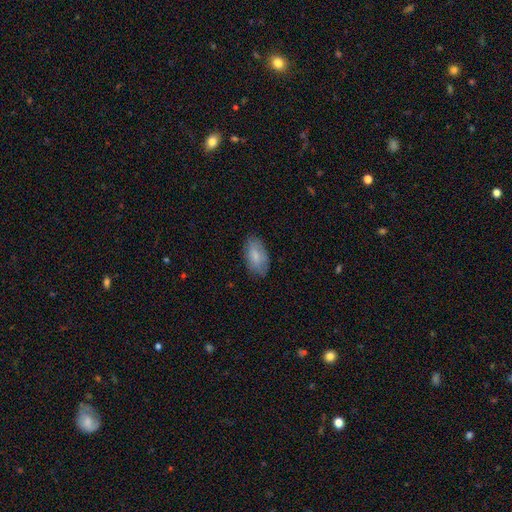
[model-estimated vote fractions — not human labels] smooth_or_featured: smooth (p=0.78) [alt: featured or disk p=0.16]
how_rounded: in between (p=0.93) [alt: cigar-shaped p=0.04]
merging: none (p=0.78) [alt: minor disturbance p=0.17]